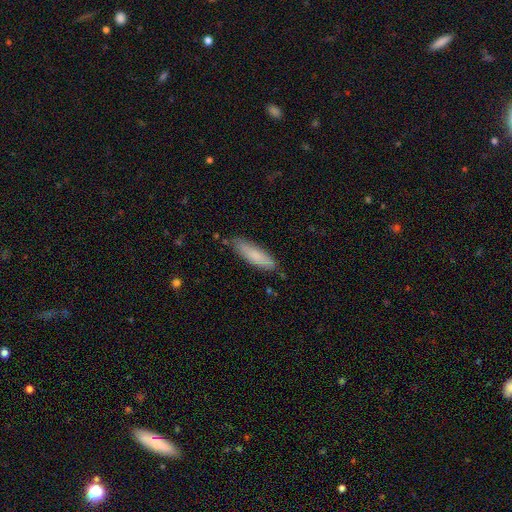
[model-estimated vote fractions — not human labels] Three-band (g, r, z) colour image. It shows a smooth galaxy with no disk features (81%) that is cigar-shaped (61%). Merging: none (78%).